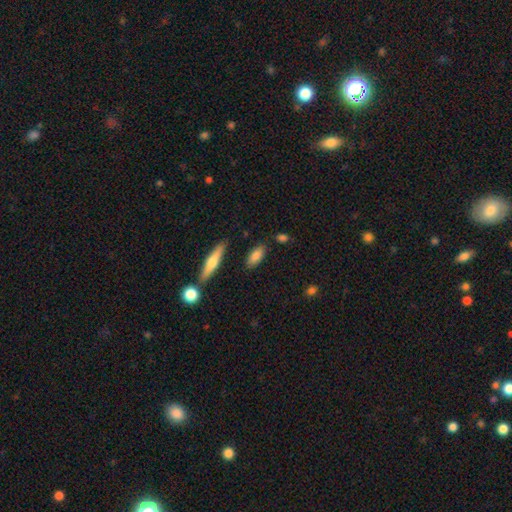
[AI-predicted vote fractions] Q: Smooth or featured?
A: smooth (81%); runner-up: featured or disk (12%)
Q: How rounded?
A: in between (78%); runner-up: cigar-shaped (19%)
Q: Merging?
A: none (81%); runner-up: minor disturbance (12%)